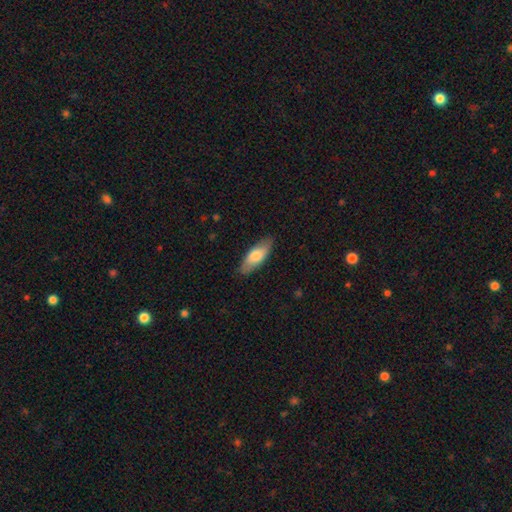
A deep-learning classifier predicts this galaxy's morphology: smooth-or-featured: smooth: 74% | featured or disk: 21% | star or artifact: 5%
  how-rounded: in between: 69% | cigar-shaped: 29% | round: 2%
  merging: none: 86% | minor disturbance: 11% | major disturbance: 2% | merger: 1%